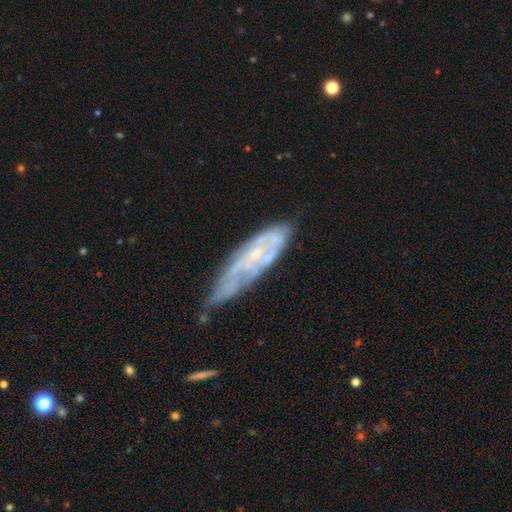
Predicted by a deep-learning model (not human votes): The model was most divided on "merging": none: 44%, minor disturbance: 35%, major disturbance: 15%, merger: 6%. More confident: edge-on disk — no (78%); bar — no (73%); bulge size — small (70%); smooth or featured — featured or disk (70%); spiral arms — yes (60%).